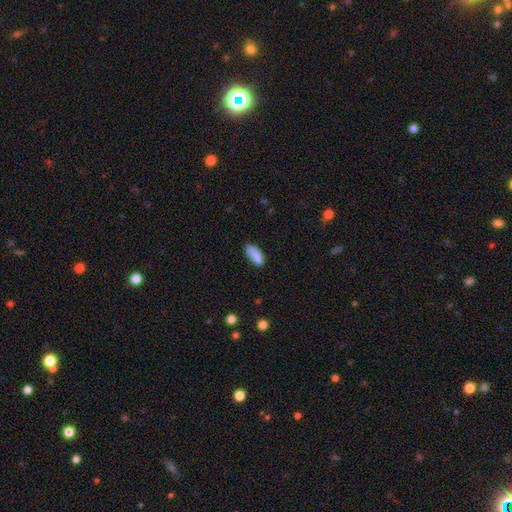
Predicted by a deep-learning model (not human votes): This appears to be a smooth galaxy with no disk features (82%) that is in between round and cigar-shaped (83%). Merging: none (57%).